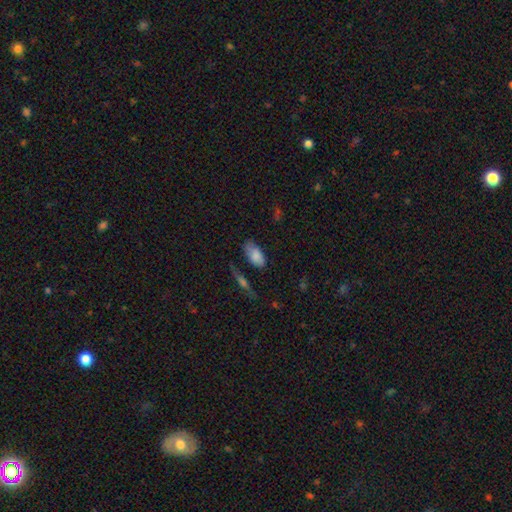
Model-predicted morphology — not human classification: type=smooth (80%); roundness=in between (91%); merging=none (60%).